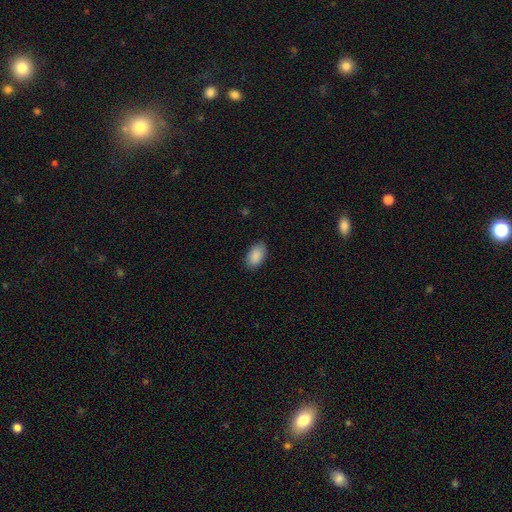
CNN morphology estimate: This is clearly a smooth galaxy (90%). How rounded: clearly in between (93%). Merging: clearly none (86%).